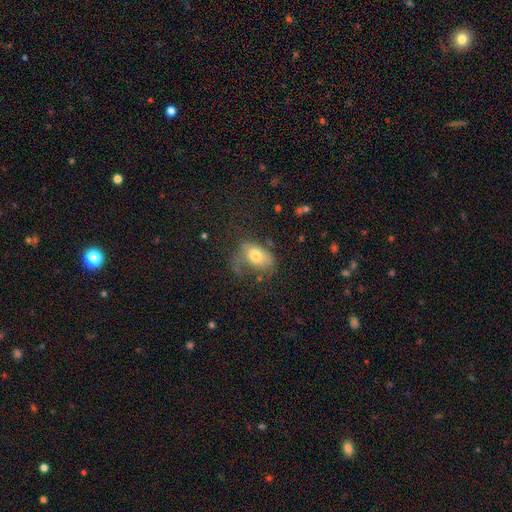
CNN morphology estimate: The model was most divided on "merging": major disturbance: 36%, none: 33%, minor disturbance: 28%, merger: 4%. More confident: how rounded — in between (85%); smooth or featured — smooth (68%).